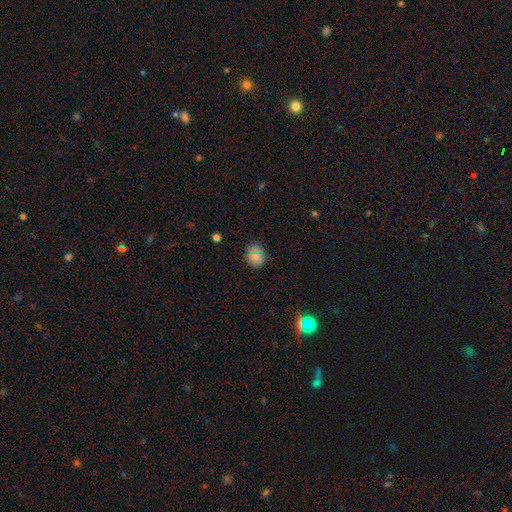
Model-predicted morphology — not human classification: smooth 77%, star or artifact 16%, featured or disk 8%. Down the decision tree: how rounded — round (68%); merging — none (81%).